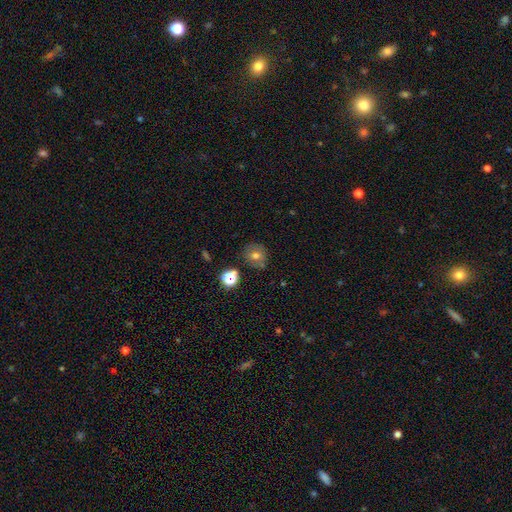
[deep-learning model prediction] A smooth galaxy with no disk features (66%) that is round (75%).

Vote fractions:
- Smooth or featured? smooth: 66% / featured or disk: 17% / star or artifact: 16%
- How rounded? round: 75% / in between: 24% / cigar-shaped: 1%
- Merging? none: 74% / minor disturbance: 14% / merger: 8% / major disturbance: 4%